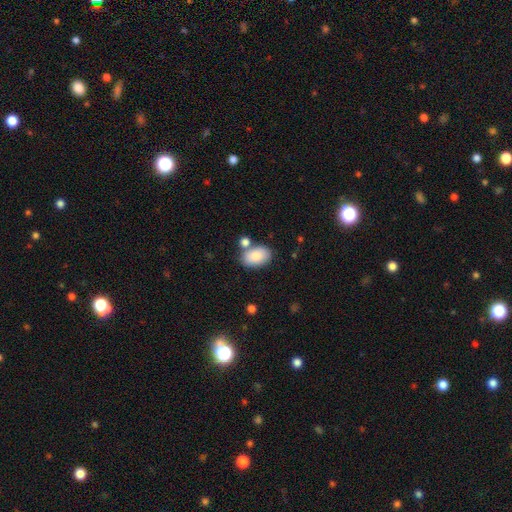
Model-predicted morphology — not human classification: Smooth or featured?
  - smooth: 84% *
  - featured or disk: 9%
  - star or artifact: 7%
How rounded?
  - in between: 90% *
  - round: 9%
  - cigar-shaped: 1%
Merging?
  - none: 63% *
  - merger: 19%
  - minor disturbance: 14%
  - major disturbance: 4%